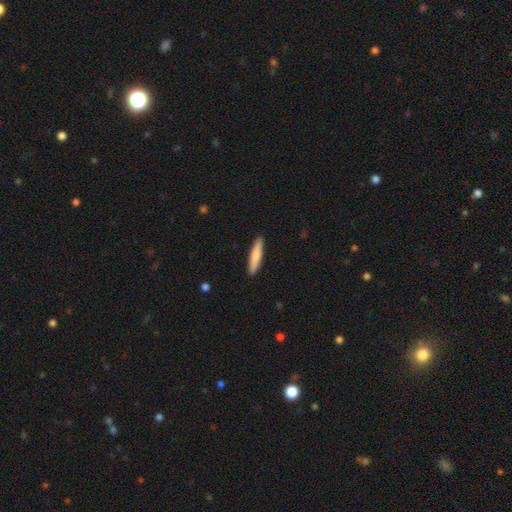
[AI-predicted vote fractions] smooth_or_featured: smooth (p=0.74) [alt: featured or disk p=0.21]
how_rounded: cigar-shaped (p=0.91) [alt: in between p=0.07]
merging: none (p=0.91) [alt: minor disturbance p=0.06]